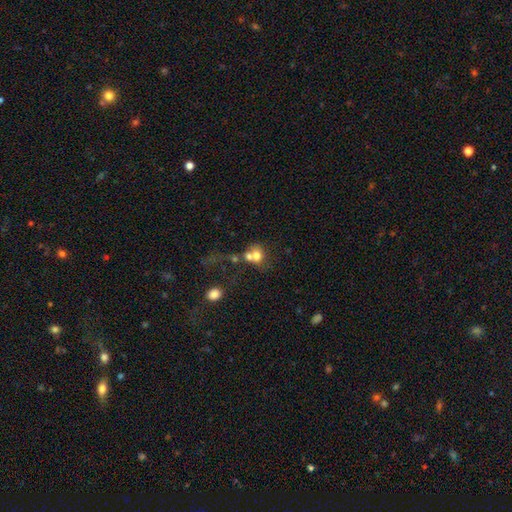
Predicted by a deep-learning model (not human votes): Q: Smooth or featured?
A: smooth (69%); runner-up: featured or disk (19%)
Q: How rounded?
A: round (69%); runner-up: in between (30%)
Q: Merging?
A: merger (57%); runner-up: none (27%)